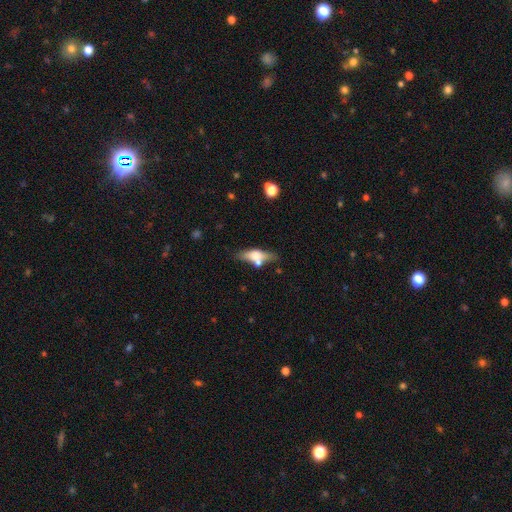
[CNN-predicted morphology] A smooth galaxy with no disk features (50%) that is in between round and cigar-shaped (50%).

Vote fractions:
- Smooth or featured? smooth: 50% / featured or disk: 43% / star or artifact: 7%
- How rounded? in between: 50% / cigar-shaped: 46% / round: 4%
- Merging? none: 57% / merger: 20% / minor disturbance: 17% / major disturbance: 6%